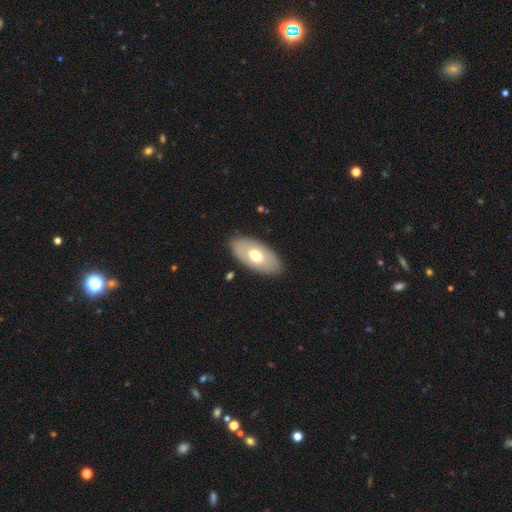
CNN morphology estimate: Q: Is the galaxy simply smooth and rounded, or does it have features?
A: smooth — 59%.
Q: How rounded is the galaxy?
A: in between — 93%.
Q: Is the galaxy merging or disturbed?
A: none — 85%.